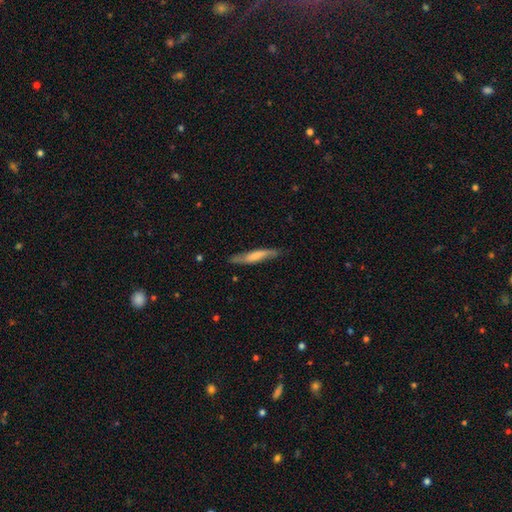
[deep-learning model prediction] This appears to be a smooth galaxy with no disk features (55%) that is cigar-shaped (87%). Merging: none (76%).